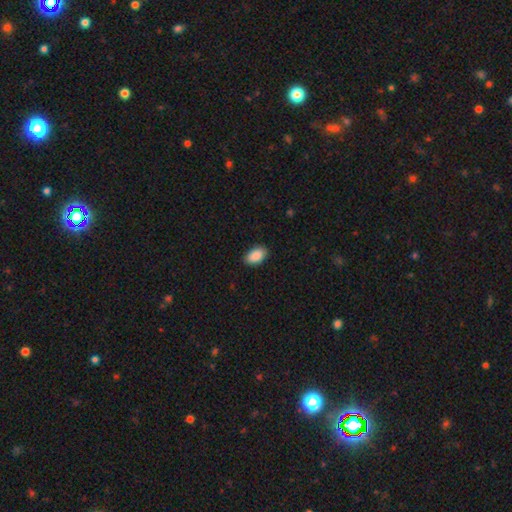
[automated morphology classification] smooth_or_featured: smooth (p=0.90) [alt: star or artifact p=0.07]
how_rounded: in between (p=0.93) [alt: round p=0.05]
merging: none (p=0.88) [alt: minor disturbance p=0.09]